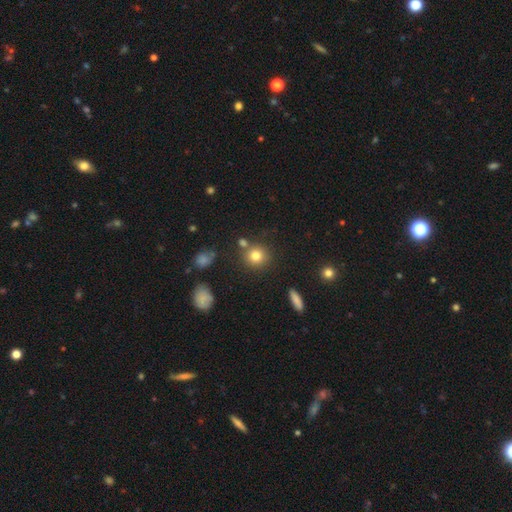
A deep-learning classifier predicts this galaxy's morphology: smooth_or_featured: smooth (p=0.79) [alt: star or artifact p=0.12]
how_rounded: round (p=0.89) [alt: in between p=0.10]
merging: none (p=0.76) [alt: merger p=0.11]